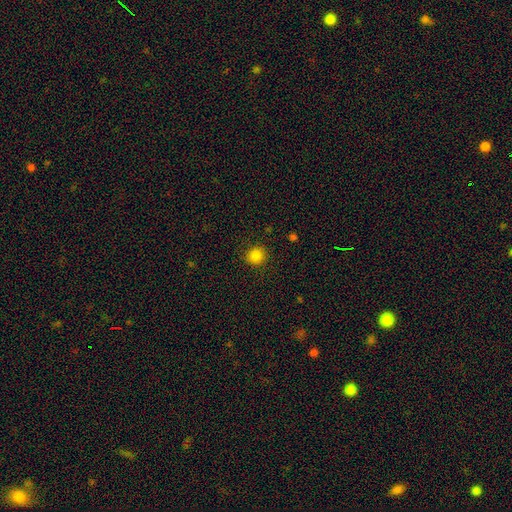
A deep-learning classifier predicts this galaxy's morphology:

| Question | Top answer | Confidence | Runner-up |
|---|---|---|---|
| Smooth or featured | smooth | 84% | star or artifact (12%) |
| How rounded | round | 89% | in between (10%) |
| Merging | none | 89% | minor disturbance (8%) |